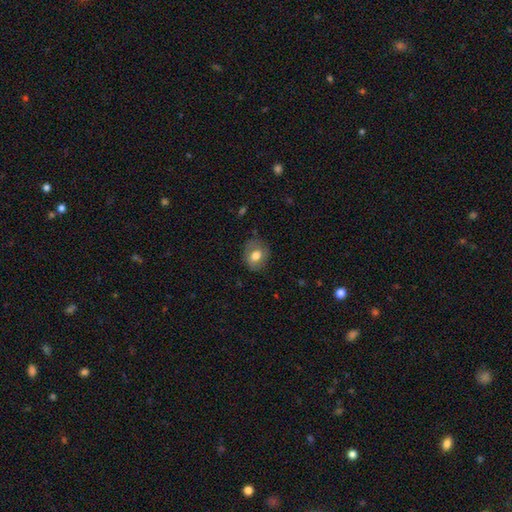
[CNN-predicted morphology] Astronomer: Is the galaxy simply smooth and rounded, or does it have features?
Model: smooth — 70%.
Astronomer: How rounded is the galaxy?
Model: round — 55% (runner-up: in between, 44%).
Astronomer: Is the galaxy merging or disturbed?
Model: none — 78%.